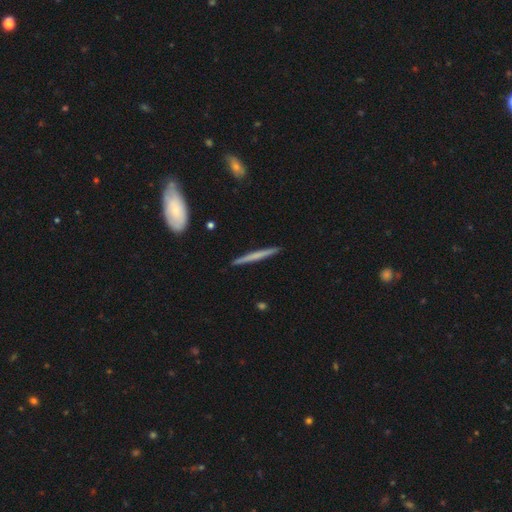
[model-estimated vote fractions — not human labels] This is possibly a smooth galaxy (48%). Merging: clearly none (92%).